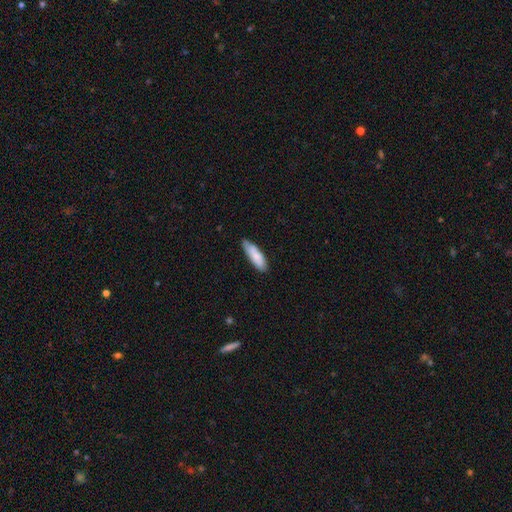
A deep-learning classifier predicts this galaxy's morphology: Smooth or featured?
  - smooth: 77% *
  - featured or disk: 17%
  - star or artifact: 6%
How rounded?
  - in between: 51% *
  - cigar-shaped: 48%
  - round: 2%
Merging?
  - none: 71% *
  - minor disturbance: 24%
  - major disturbance: 3%
  - merger: 2%